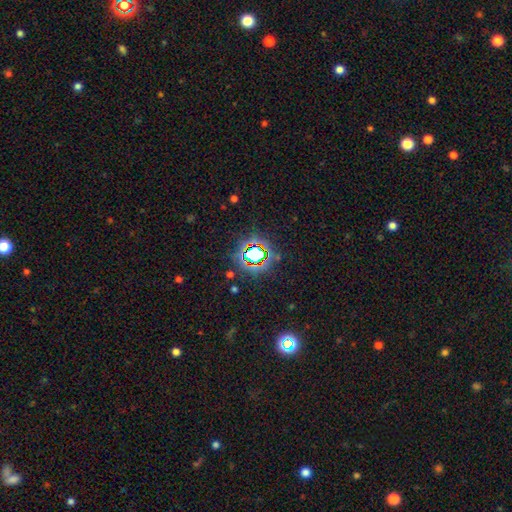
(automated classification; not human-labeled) smooth-or-featured: star or artifact: 71% | smooth: 19% | featured or disk: 10%